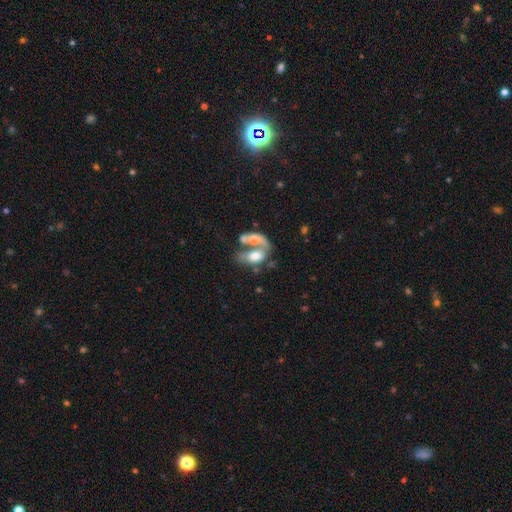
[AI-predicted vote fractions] smooth_or_featured: smooth (p=0.49) [alt: featured or disk p=0.42]
merging: merger (p=0.67) [alt: major disturbance p=0.15]